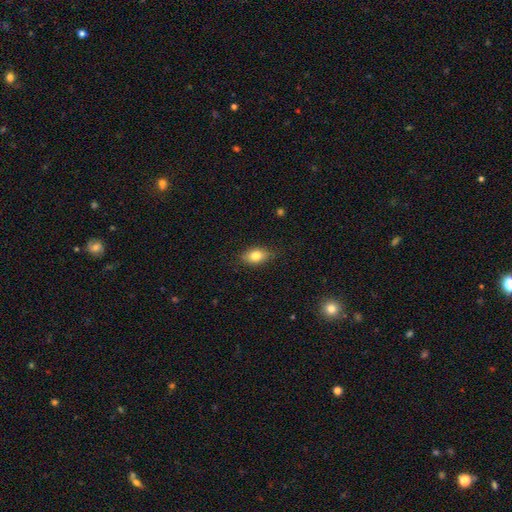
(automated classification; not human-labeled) Smooth or featured: smooth — 80% (featured or disk — 12%)
How rounded: in between — 85% (round — 12%)
Merging: none — 84% (minor disturbance — 13%)